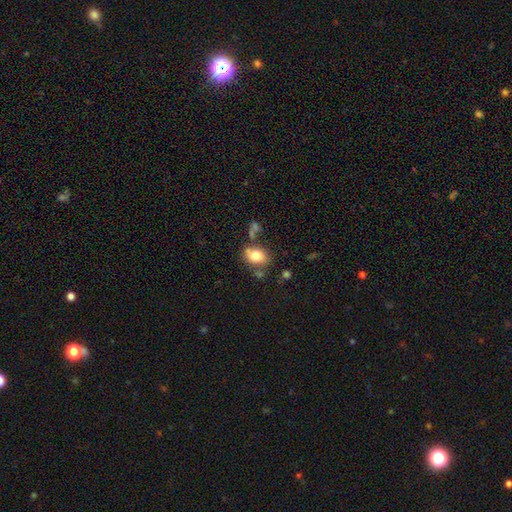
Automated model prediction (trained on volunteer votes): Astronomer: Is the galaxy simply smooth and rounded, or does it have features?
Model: smooth — 79%.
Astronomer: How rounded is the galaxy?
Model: in between — 71%.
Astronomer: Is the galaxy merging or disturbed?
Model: none — 65%.